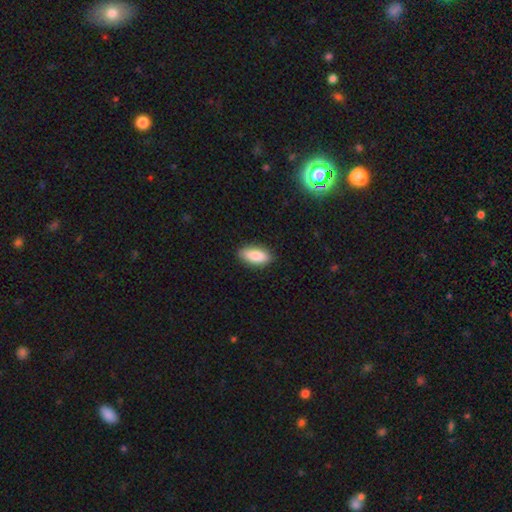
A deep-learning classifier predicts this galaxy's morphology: This appears to be a smooth galaxy with no disk features (88%) that is in between round and cigar-shaped (88%). Merging: none (88%).